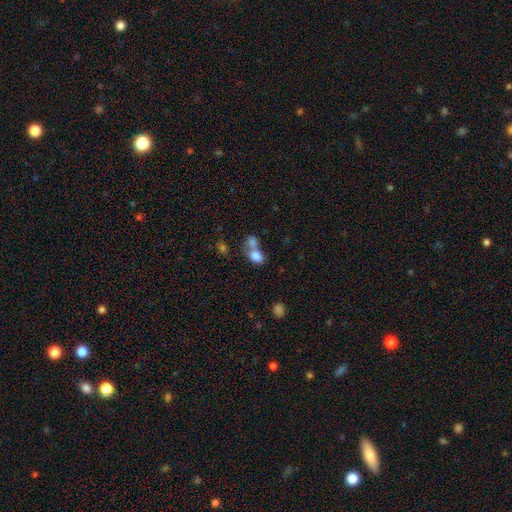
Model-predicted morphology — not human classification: smooth_or_featured: smooth (p=0.80) [alt: featured or disk p=0.10]
how_rounded: in between (p=0.66) [alt: round p=0.32]
merging: merger (p=0.55) [alt: none p=0.32]